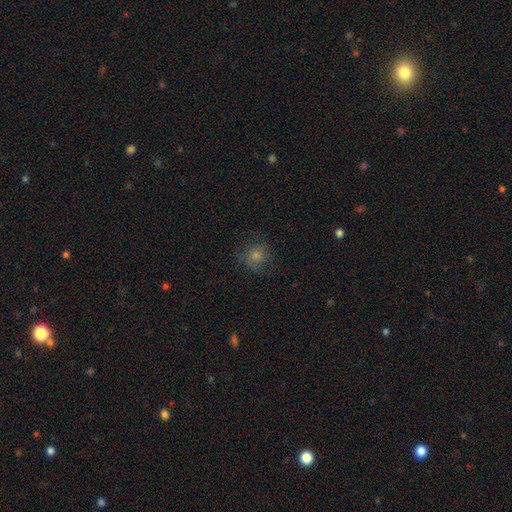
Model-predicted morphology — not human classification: Smooth or featured? Predicted: smooth (p=0.78). How rounded? Predicted: round (p=0.87). Merging? Predicted: none (p=0.73).